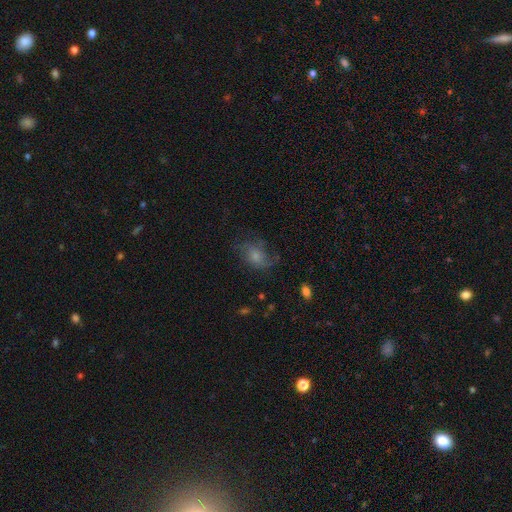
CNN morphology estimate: Q: Smooth or featured?
A: smooth (51%); runner-up: featured or disk (37%)
Q: How rounded?
A: in between (67%); runner-up: round (31%)
Q: Merging?
A: none (50%); runner-up: minor disturbance (25%)